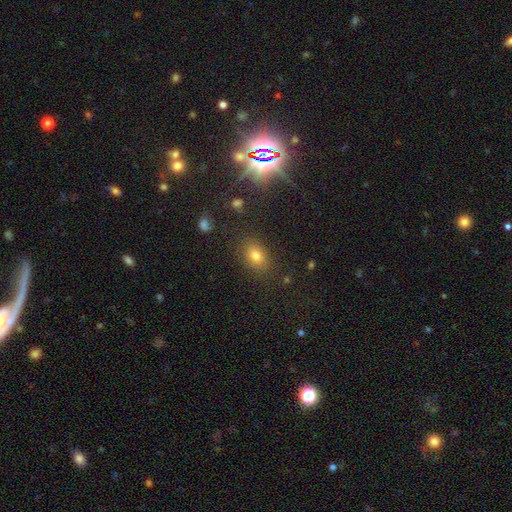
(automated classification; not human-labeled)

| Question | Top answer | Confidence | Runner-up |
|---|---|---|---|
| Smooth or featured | smooth | 72% | star or artifact (18%) |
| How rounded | in between | 76% | round (22%) |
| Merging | none | 84% | minor disturbance (10%) |